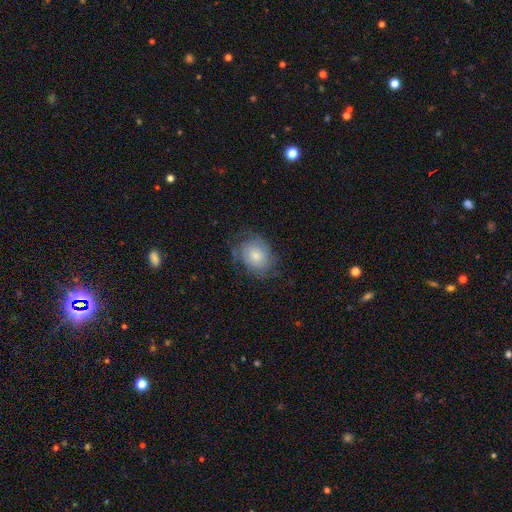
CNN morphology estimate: The model was most divided on "how rounded": round: 51%, in between: 48%, cigar-shaped: 1%. More confident: merging — none (61%); smooth or featured — smooth (59%).